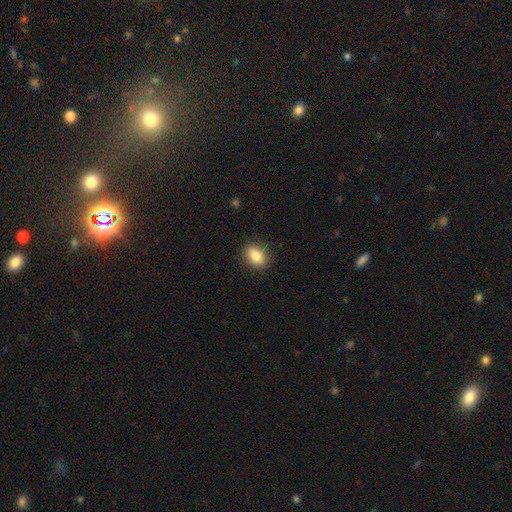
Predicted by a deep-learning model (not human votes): Overall: smooth (85%). How rounded: in between (72%). Merging: none (88%).